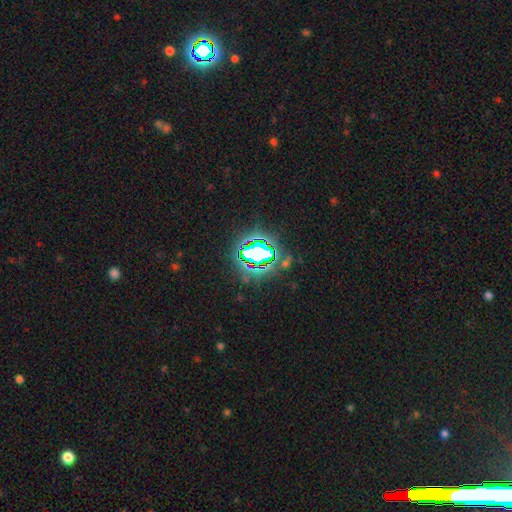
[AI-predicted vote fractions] smooth_or_featured: star or artifact (p=0.71) [alt: smooth p=0.16]